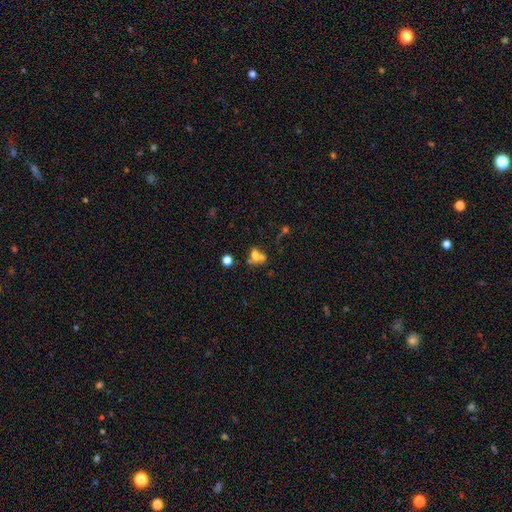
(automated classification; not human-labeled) smooth 59%, featured or disk 23%, star or artifact 18%. Down the decision tree: how rounded — in between (50%); merging — merger (56%).